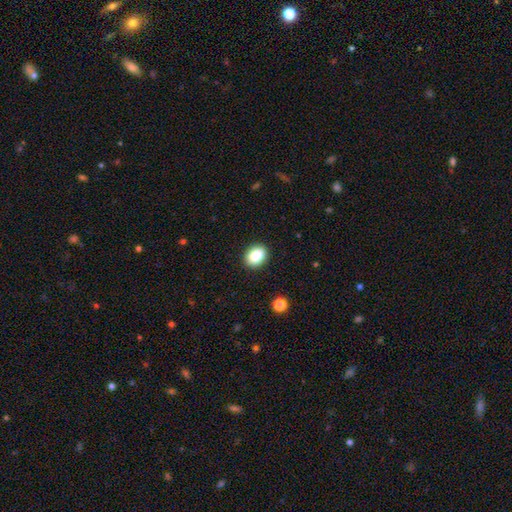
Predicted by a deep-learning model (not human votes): The model was most divided on "how rounded": in between: 63%, round: 36%, cigar-shaped: 1%. More confident: merging — none (88%); smooth or featured — smooth (86%).